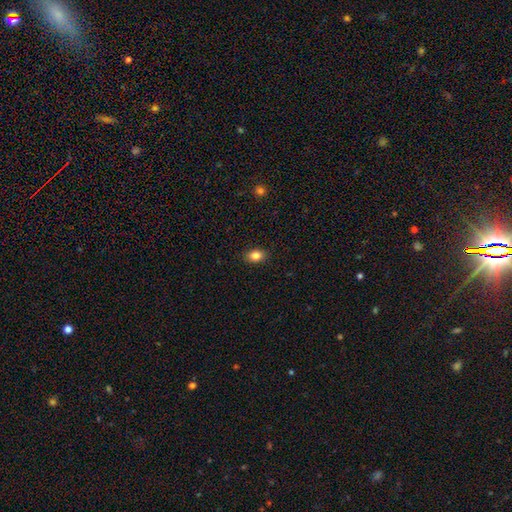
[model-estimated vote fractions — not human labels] This appears to be a smooth galaxy with no disk features (84%) that is in between round and cigar-shaped (75%). Merging: none (89%).